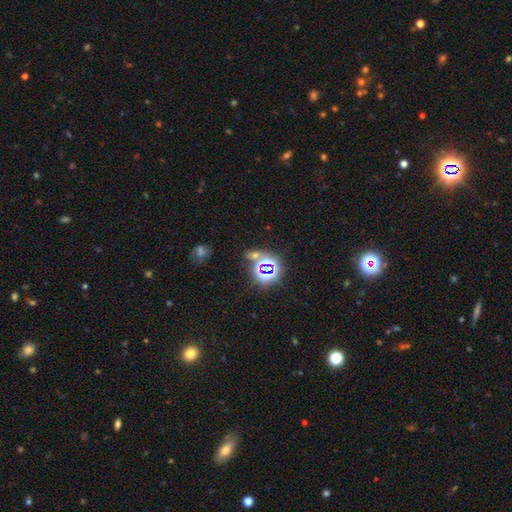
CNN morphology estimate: Smooth or featured?
  - star or artifact: 70% *
  - smooth: 20%
  - featured or disk: 9%